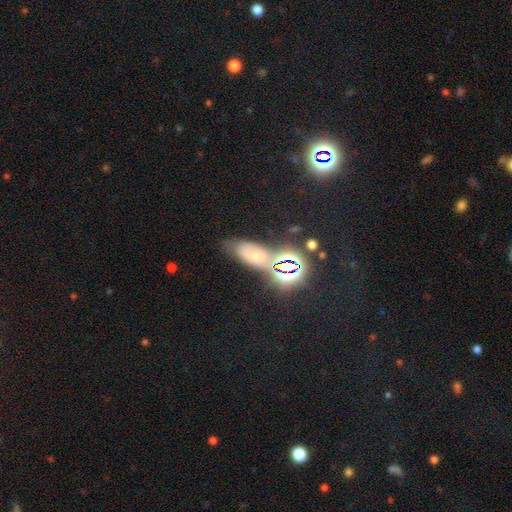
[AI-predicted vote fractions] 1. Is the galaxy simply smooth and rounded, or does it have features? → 40% smooth, 38% star or artifact, 22% featured or disk.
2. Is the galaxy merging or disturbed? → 56% none, 24% minor disturbance, 11% major disturbance, 9% merger.